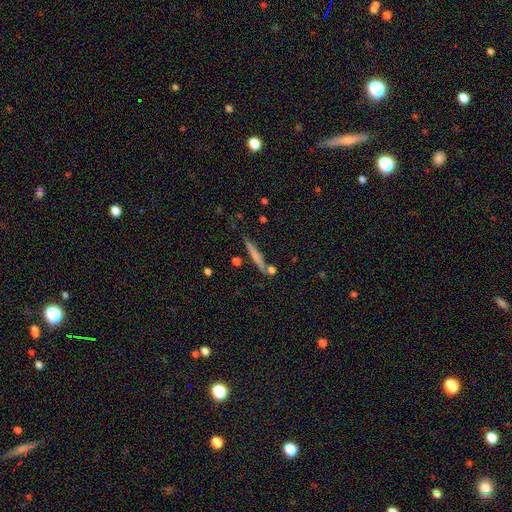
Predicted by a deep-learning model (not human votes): Smooth or featured: smooth — 56% (featured or disk — 37%)
How rounded: cigar-shaped — 94% (in between — 4%)
Merging: none — 79% (minor disturbance — 11%)